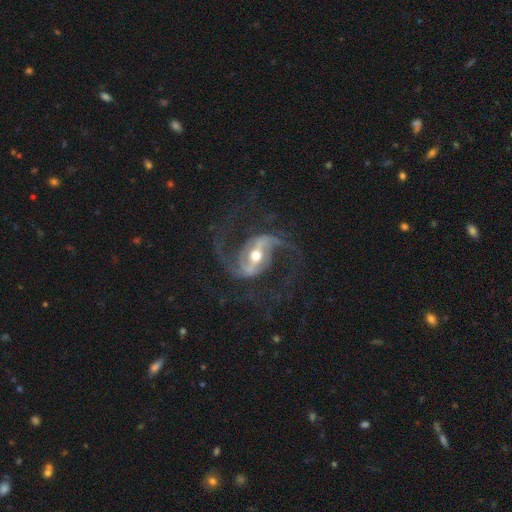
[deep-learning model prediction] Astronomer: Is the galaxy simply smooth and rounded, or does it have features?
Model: featured or disk — 92%.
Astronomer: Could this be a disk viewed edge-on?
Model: no — 97%.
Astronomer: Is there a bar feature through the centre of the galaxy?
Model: strong — 64%.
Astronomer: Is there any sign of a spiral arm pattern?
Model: yes — 98%.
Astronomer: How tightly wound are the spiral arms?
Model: medium — 47% (runner-up: loose, 45%).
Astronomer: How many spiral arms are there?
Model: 2 — 92%.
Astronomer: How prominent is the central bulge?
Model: moderate — 71%.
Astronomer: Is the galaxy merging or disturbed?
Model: none — 75%.